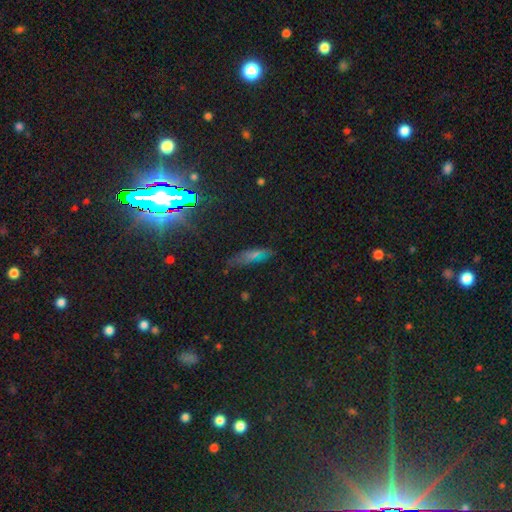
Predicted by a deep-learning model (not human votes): A smooth galaxy with no disk features (53%) that is in between round and cigar-shaped (52%).

Vote fractions:
- Smooth or featured? smooth: 53% / star or artifact: 29% / featured or disk: 18%
- How rounded? in between: 52% / cigar-shaped: 42% / round: 6%
- Merging? none: 70% / minor disturbance: 21% / major disturbance: 6% / merger: 3%